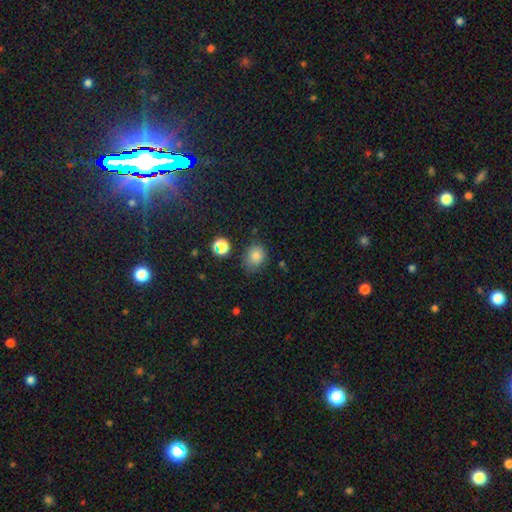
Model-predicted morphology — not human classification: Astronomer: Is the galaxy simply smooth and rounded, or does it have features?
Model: smooth — 80%.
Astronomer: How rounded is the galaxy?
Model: round — 55% (runner-up: in between, 44%).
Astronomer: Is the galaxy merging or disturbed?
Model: none — 69%.